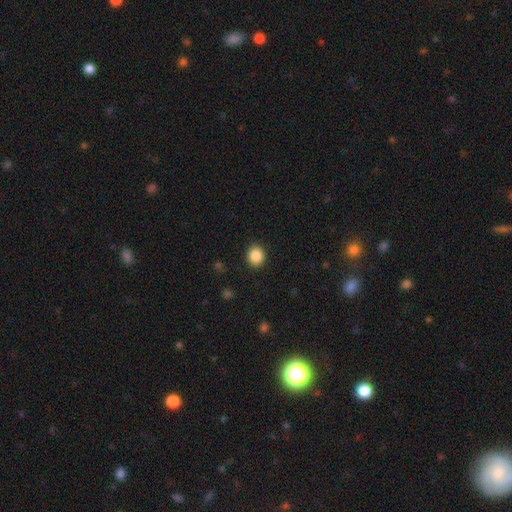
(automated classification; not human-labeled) Smooth or featured?
  - smooth: 87% *
  - star or artifact: 9%
  - featured or disk: 3%
How rounded?
  - round: 80% *
  - in between: 19%
  - cigar-shaped: 1%
Merging?
  - none: 90% *
  - minor disturbance: 7%
  - major disturbance: 2%
  - merger: 1%